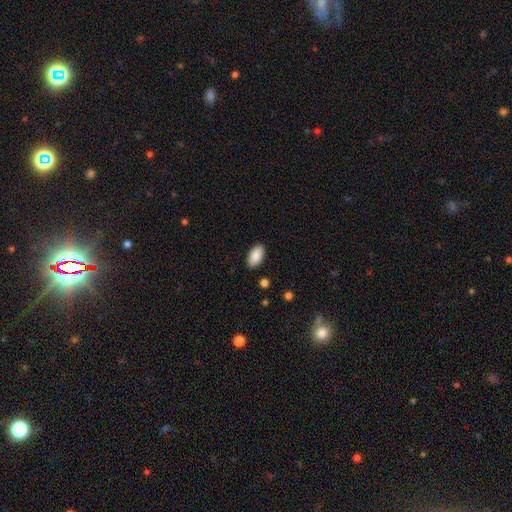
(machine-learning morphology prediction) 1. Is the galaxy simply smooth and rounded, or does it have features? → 89% smooth, 6% star or artifact, 5% featured or disk.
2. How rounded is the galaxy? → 95% in between, 3% cigar-shaped, 3% round.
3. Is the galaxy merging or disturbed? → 89% none, 8% minor disturbance, 2% major disturbance, 1% merger.